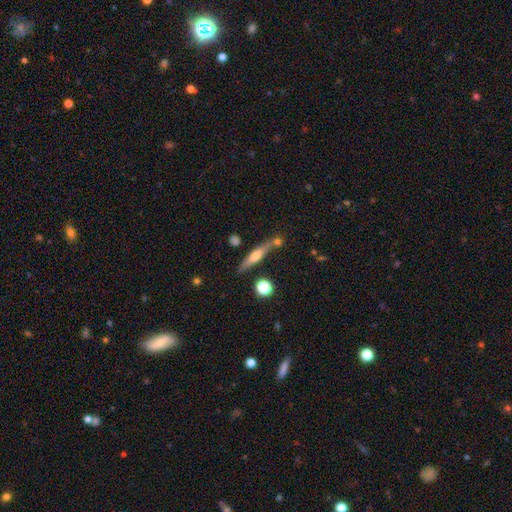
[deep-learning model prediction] Q: Smooth or featured?
A: featured or disk (56%); runner-up: smooth (36%)
Q: Edge-on disk?
A: yes (94%); runner-up: no (6%)
Q: Edge-on bulge?
A: rounded (85%); runner-up: none (8%)
Q: Merging?
A: none (74%); runner-up: minor disturbance (12%)